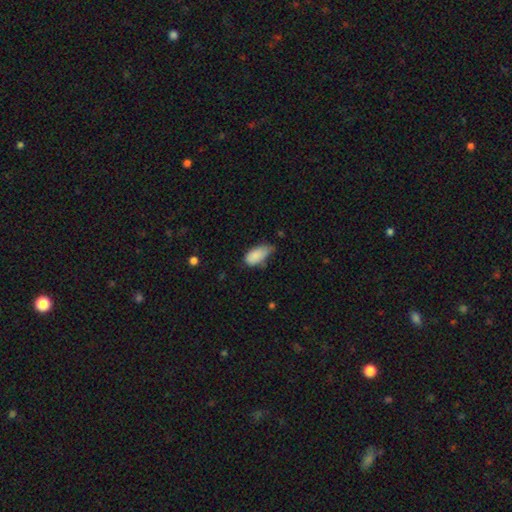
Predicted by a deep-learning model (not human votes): Smooth or featured?
  - smooth: 85% *
  - featured or disk: 7%
  - star or artifact: 7%
How rounded?
  - in between: 93% *
  - cigar-shaped: 4%
  - round: 3%
Merging?
  - minor disturbance: 47% *
  - none: 38%
  - major disturbance: 11%
  - merger: 3%